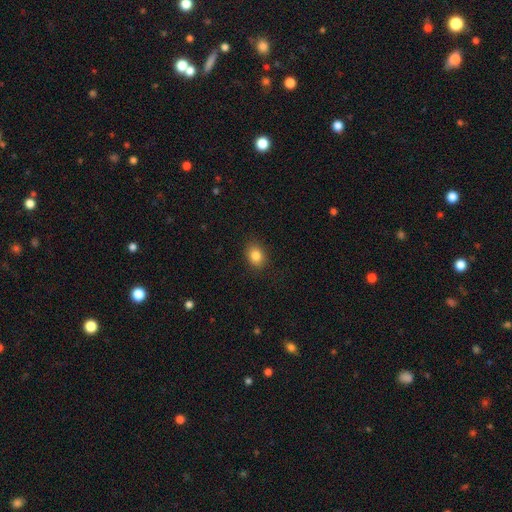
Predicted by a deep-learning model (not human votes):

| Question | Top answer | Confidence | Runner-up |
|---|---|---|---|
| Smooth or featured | smooth | 85% | star or artifact (10%) |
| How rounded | in between | 59% | round (40%) |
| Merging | none | 88% | minor disturbance (9%) |